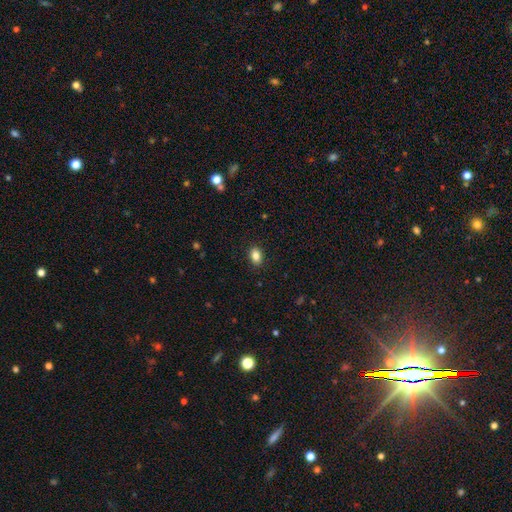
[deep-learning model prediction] smooth 85%, star or artifact 9%, featured or disk 7%. Down the decision tree: how rounded — in between (81%); merging — none (89%).